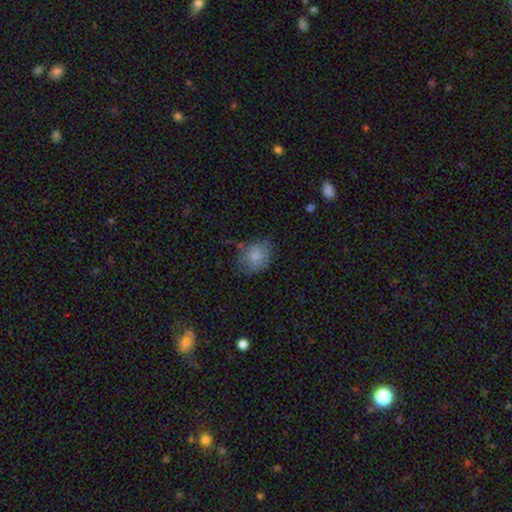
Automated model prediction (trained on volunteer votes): Smooth or featured: smooth — 80% (featured or disk — 11%)
How rounded: round — 58% (in between — 41%)
Merging: none — 66% (minor disturbance — 24%)